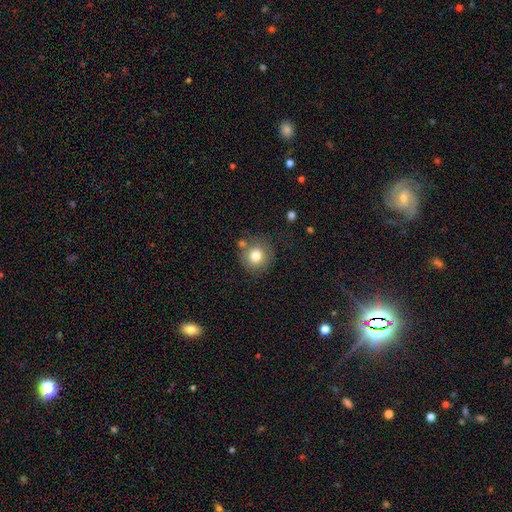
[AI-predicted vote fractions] Overall: smooth (78%). How rounded: round (92%). Merging: none (72%).